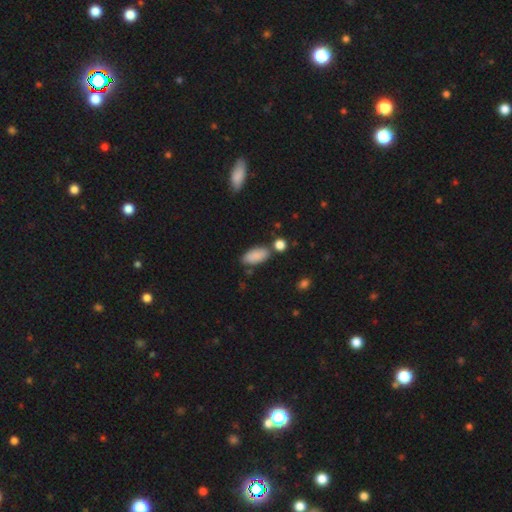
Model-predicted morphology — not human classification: The model was most divided on "merging": none: 68%, minor disturbance: 17%, merger: 11%, major disturbance: 4%. More confident: how rounded — in between (91%); smooth or featured — smooth (86%).